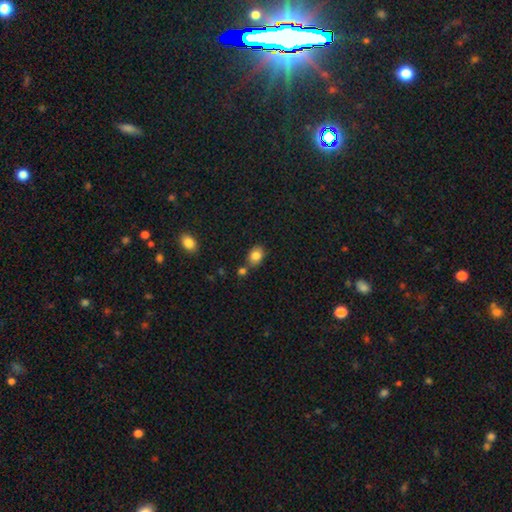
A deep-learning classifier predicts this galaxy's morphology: A smooth galaxy with no disk features (83%) that is in between round and cigar-shaped (69%).

Vote fractions:
- Smooth or featured? smooth: 83% / star or artifact: 9% / featured or disk: 8%
- How rounded? in between: 69% / round: 29% / cigar-shaped: 1%
- Merging? none: 69% / merger: 14% / minor disturbance: 14% / major disturbance: 3%